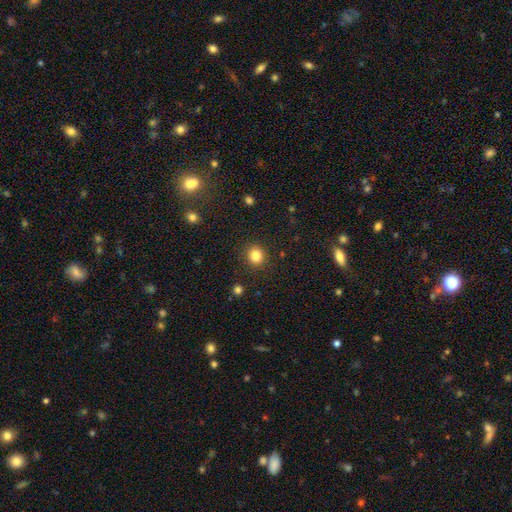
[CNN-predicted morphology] Smooth or featured: smooth — 83% (star or artifact — 12%)
How rounded: round — 85% (in between — 15%)
Merging: none — 90% (minor disturbance — 6%)